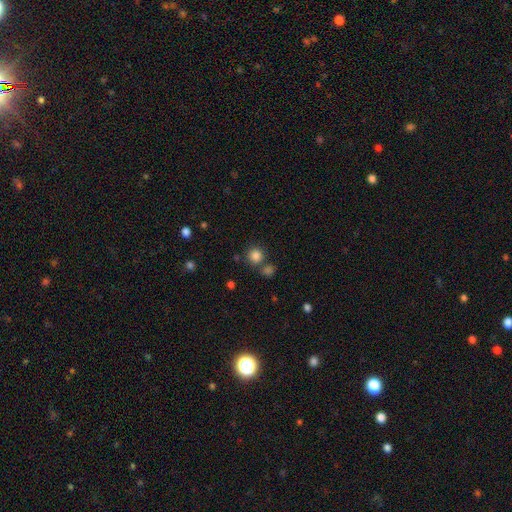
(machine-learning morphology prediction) This is clearly a smooth galaxy (83%). How rounded: clearly round (92%). Merging: likely none (73%).